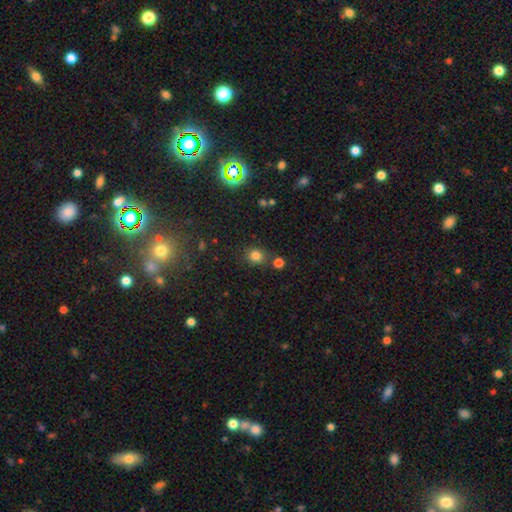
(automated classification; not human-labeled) Q: Smooth or featured?
A: smooth (79%); runner-up: star or artifact (15%)
Q: How rounded?
A: round (73%); runner-up: in between (26%)
Q: Merging?
A: none (76%); runner-up: minor disturbance (11%)